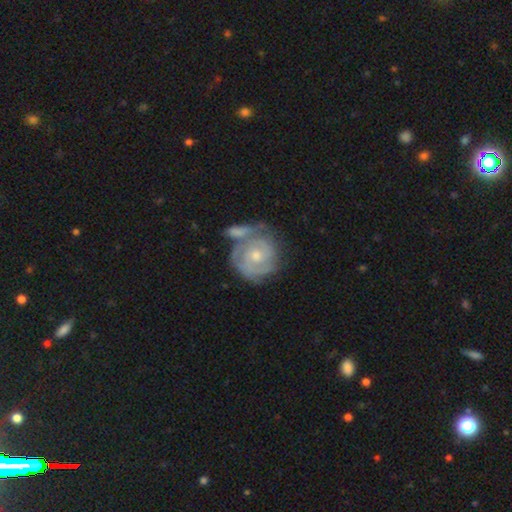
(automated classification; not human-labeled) The model was most divided on "spiral arm count": can't tell: 41%, 2: 29%, 3: 15%, 1: 6%, 4: 5%, more than 4: 4%. Remaining: edge-on disk — no (97%); spiral arms — yes (85%); bar — no (78%); smooth or featured — featured or disk (76%); spiral winding — tight (75%); bulge size — moderate (57%); merging — none (46%).